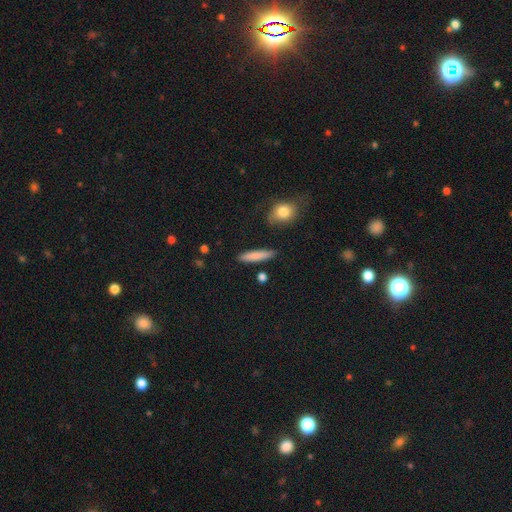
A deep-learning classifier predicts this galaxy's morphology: This appears to be a smooth galaxy with no disk features (81%) that is cigar-shaped (82%). Merging: none (87%).